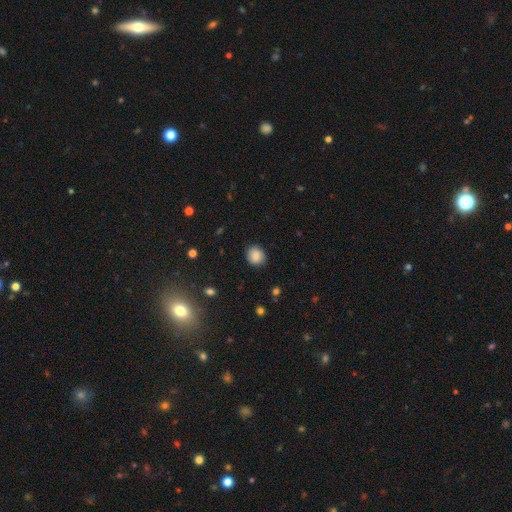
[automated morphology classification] Smooth or featured? Predicted: smooth (p=0.85). How rounded? Predicted: round (p=0.79). Merging? Predicted: none (p=0.87).